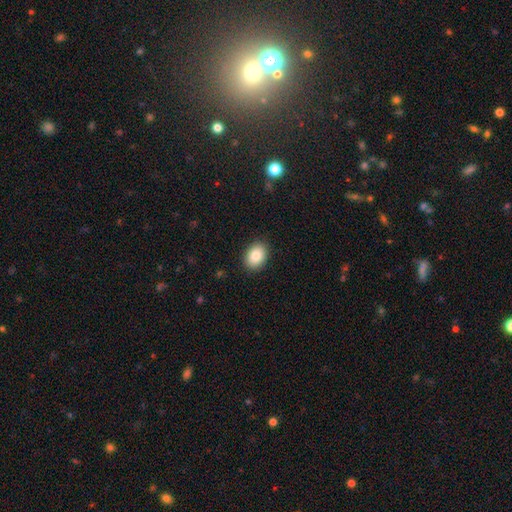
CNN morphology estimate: This is clearly a smooth galaxy (86%). How rounded: likely in between (72%). Merging: clearly none (89%).